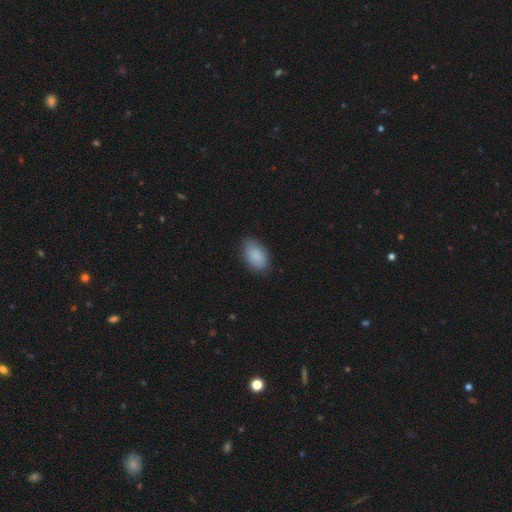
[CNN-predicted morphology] The model was most divided on "merging": none: 79%, minor disturbance: 16%, major disturbance: 3%, merger: 1%. More confident: how rounded — in between (91%); smooth or featured — smooth (88%).